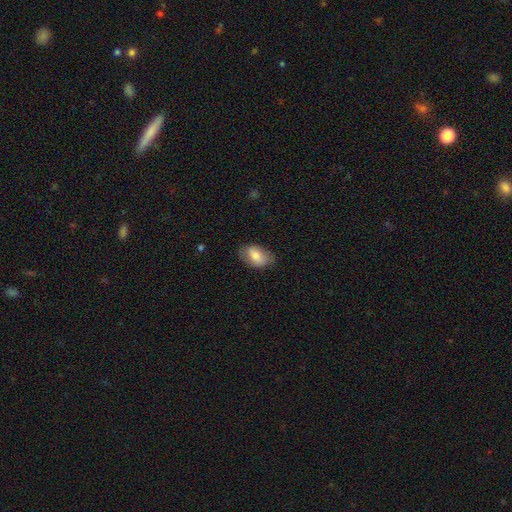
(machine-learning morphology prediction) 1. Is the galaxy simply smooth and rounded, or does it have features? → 69% smooth, 24% featured or disk, 7% star or artifact.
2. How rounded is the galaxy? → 91% in between, 7% round, 2% cigar-shaped.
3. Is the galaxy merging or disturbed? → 73% none, 20% minor disturbance, 5% major disturbance, 1% merger.